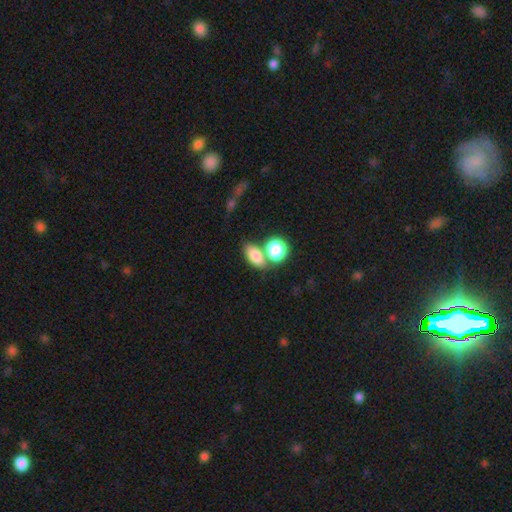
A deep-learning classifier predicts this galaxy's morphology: This appears to be a smooth galaxy with no disk features (81%) that is in between round and cigar-shaped (79%). Merging: none (53%).